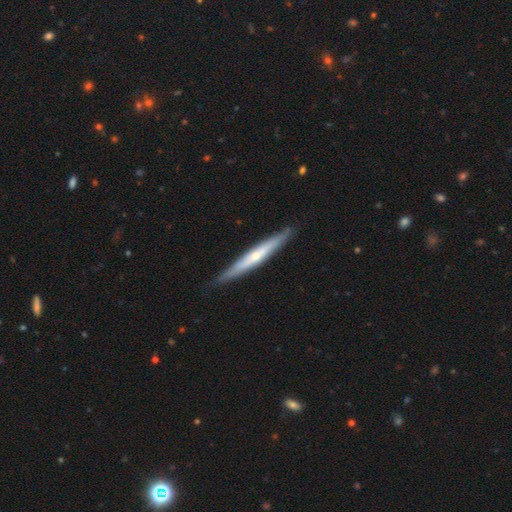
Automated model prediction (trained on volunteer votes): Smooth or featured: featured or disk — 63% (smooth — 31%)
Edge-on disk: yes — 95% (no — 5%)
Edge-on bulge: rounded — 60% (none — 35%)
Merging: none — 89% (minor disturbance — 9%)